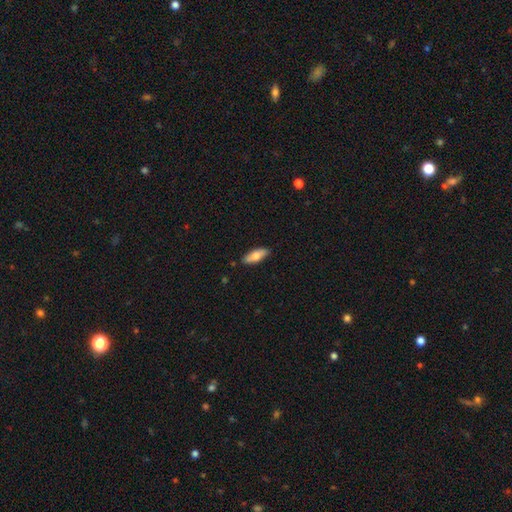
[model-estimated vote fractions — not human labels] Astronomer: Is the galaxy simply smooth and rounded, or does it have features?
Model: smooth — 71%.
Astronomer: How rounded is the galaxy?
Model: in between — 66%.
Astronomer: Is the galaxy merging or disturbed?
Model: none — 88%.